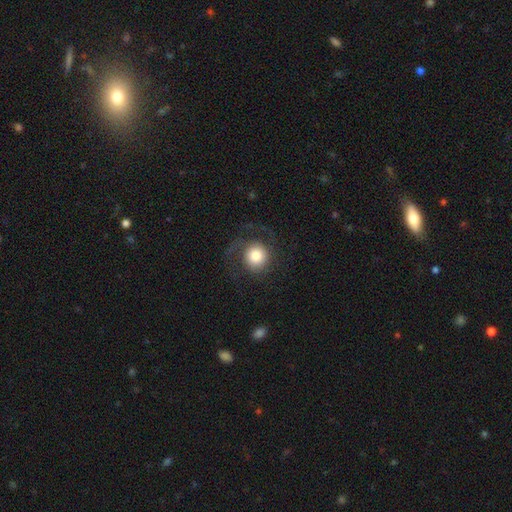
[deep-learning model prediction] Smooth or featured? smooth (62%)
How rounded? round (89%)
Merging? none (65%)